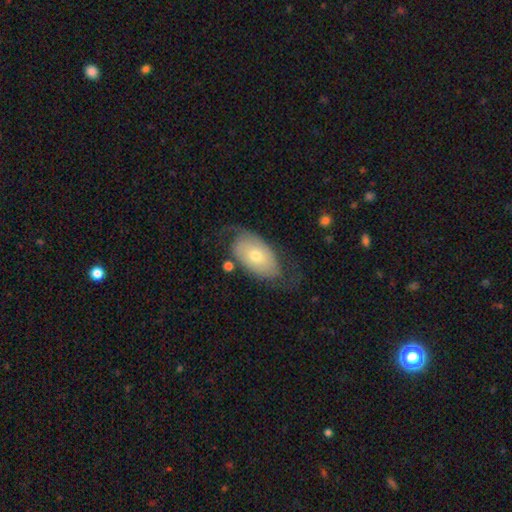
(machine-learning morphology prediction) This is possibly a featured or disk galaxy (52%). It is clearly not viewed edge-on (91%). Merging: possibly none (56%).